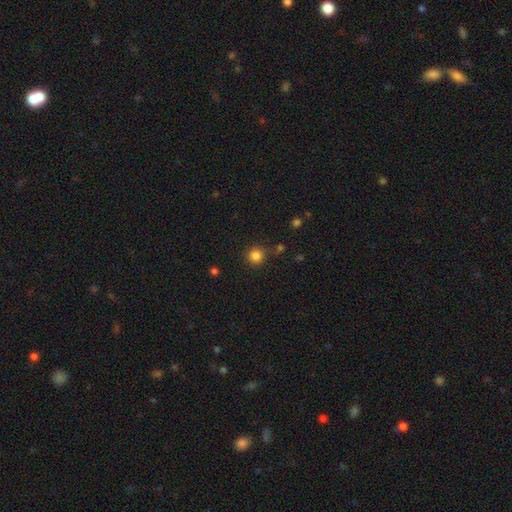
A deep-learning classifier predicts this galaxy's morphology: smooth-or-featured: smooth: 83% | star or artifact: 13% | featured or disk: 4%
  how-rounded: round: 94% | in between: 5% | cigar-shaped: 1%
  merging: none: 83% | minor disturbance: 9% | merger: 4% | major disturbance: 3%